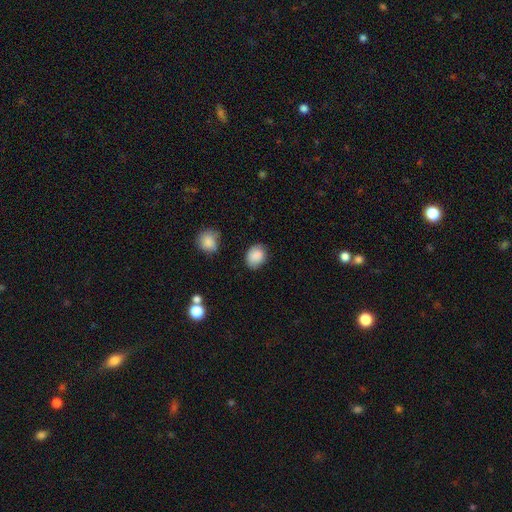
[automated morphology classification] The model was most divided on "how rounded": round: 50%, in between: 49%, cigar-shaped: 1%. More confident: smooth or featured — smooth (88%); merging — none (75%).